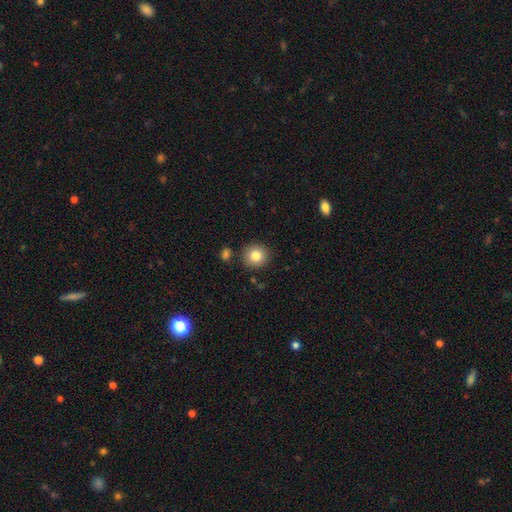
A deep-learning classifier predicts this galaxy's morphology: smooth_or_featured: smooth (p=0.83) [alt: star or artifact p=0.10]
how_rounded: round (p=0.91) [alt: in between p=0.08]
merging: none (p=0.87) [alt: minor disturbance p=0.08]